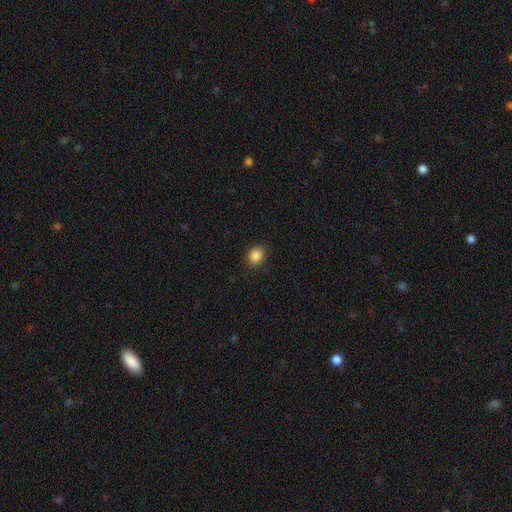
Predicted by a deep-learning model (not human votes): Smooth or featured? Predicted: smooth (p=0.87). How rounded? Predicted: round (p=0.63). Merging? Predicted: none (p=0.89).